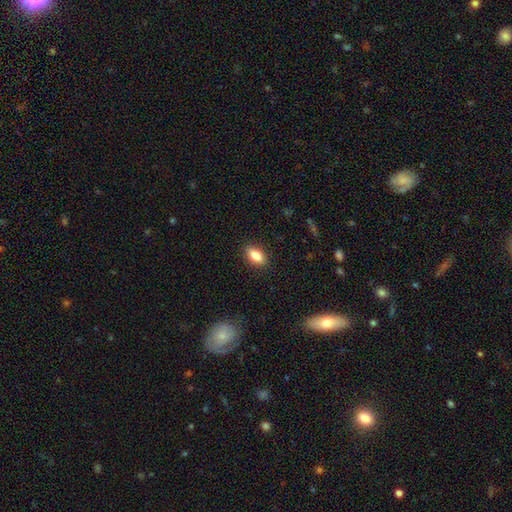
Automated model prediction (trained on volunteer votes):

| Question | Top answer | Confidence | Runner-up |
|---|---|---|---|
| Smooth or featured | smooth | 82% | featured or disk (10%) |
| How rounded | in between | 88% | cigar-shaped (7%) |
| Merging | none | 89% | minor disturbance (8%) |